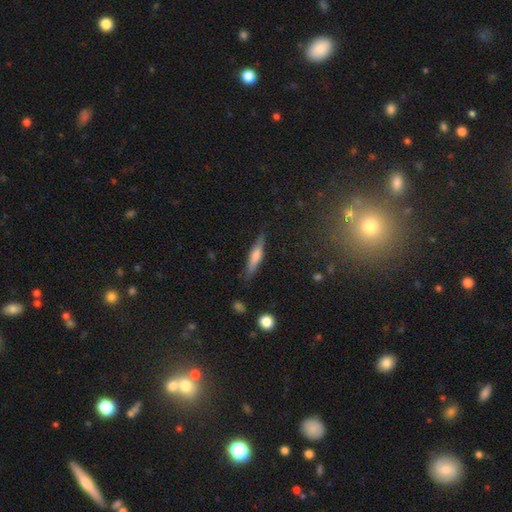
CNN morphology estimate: smooth 57%, featured or disk 36%, star or artifact 7%. Down the decision tree: how rounded — cigar-shaped (82%); merging — none (84%).